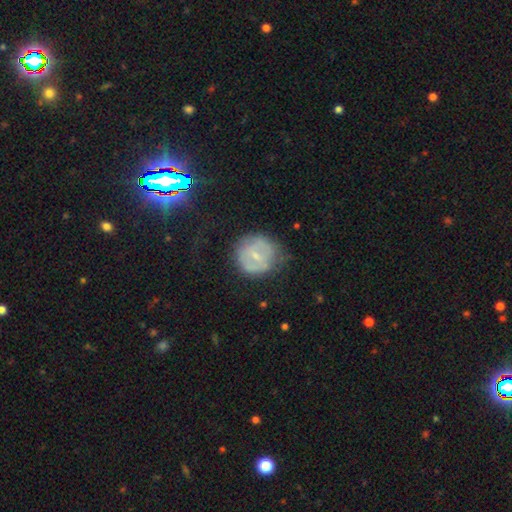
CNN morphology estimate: Smooth or featured? featured or disk (47%)
Merging? none (64%)